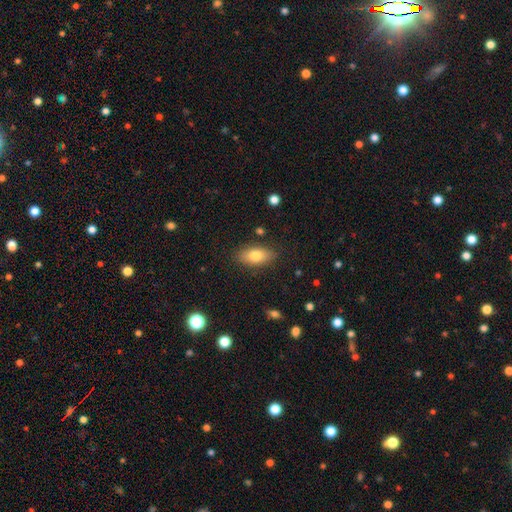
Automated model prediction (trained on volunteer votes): A smooth galaxy with no disk features (76%) that is in between round and cigar-shaped (87%). Merging: none (85%).